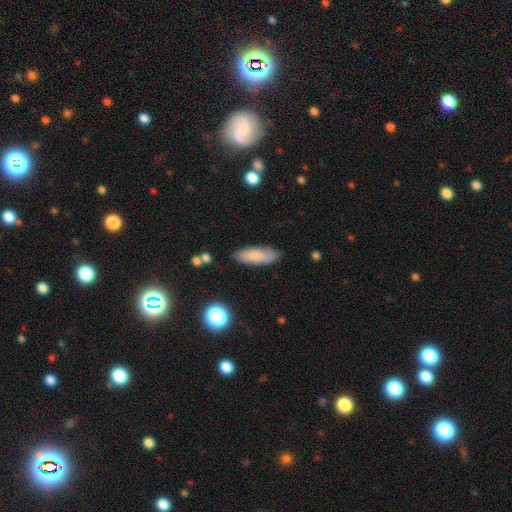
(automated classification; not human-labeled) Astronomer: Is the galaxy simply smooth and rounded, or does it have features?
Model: smooth — 81%.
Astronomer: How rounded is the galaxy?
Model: in between — 56% (runner-up: cigar-shaped, 42%).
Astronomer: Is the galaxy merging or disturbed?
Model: none — 84%.